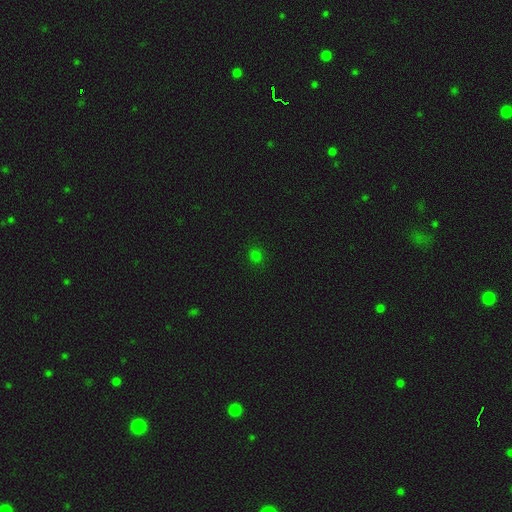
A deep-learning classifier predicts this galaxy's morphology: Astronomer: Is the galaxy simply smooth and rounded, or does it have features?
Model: smooth — 75%.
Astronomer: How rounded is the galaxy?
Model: round — 80%.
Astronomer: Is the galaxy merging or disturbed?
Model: none — 88%.